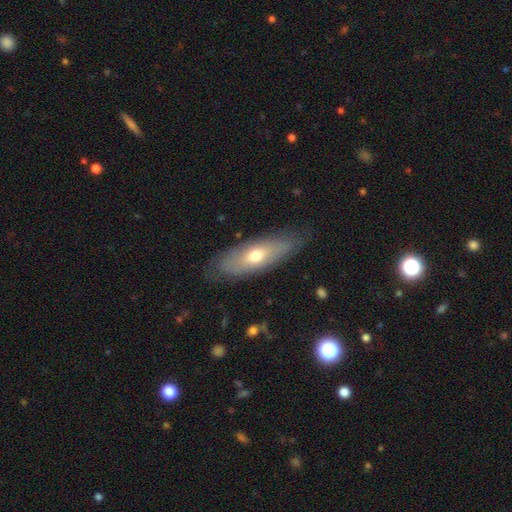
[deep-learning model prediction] smooth_or_featured: smooth (p=0.55) [alt: featured or disk p=0.39]
how_rounded: in between (p=0.63) [alt: cigar-shaped p=0.34]
merging: none (p=0.79) [alt: minor disturbance p=0.16]